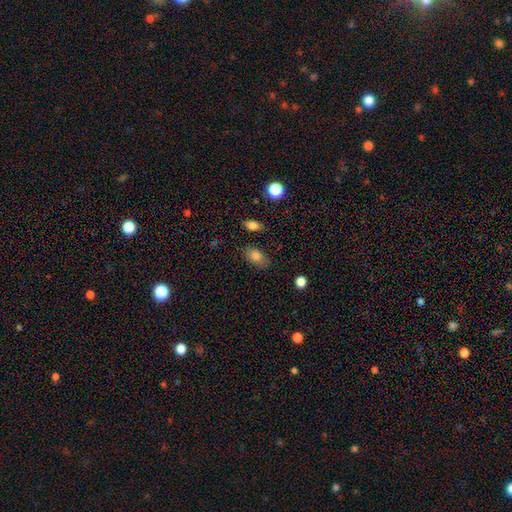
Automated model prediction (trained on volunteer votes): Overall: smooth (81%). How rounded: in between (87%). Merging: none (80%).